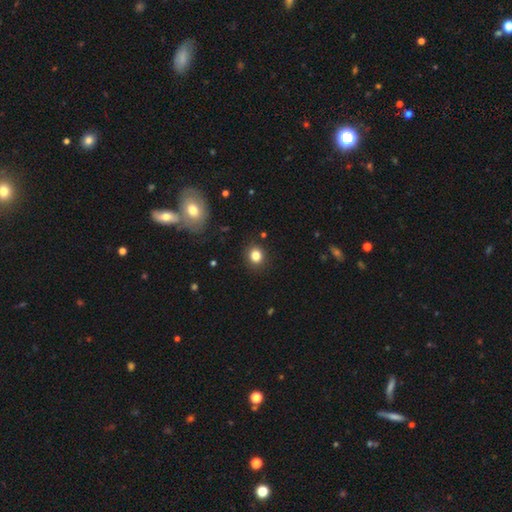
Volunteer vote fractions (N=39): smooth-or-featured: smooth: 95% | star or artifact: 5% | featured or disk: 0%
  how-rounded: round: 70% | in between: 30% | cigar-shaped: 0%
  merging: none: 86% | minor disturbance: 5% | merger: 5% | major disturbance: 3%